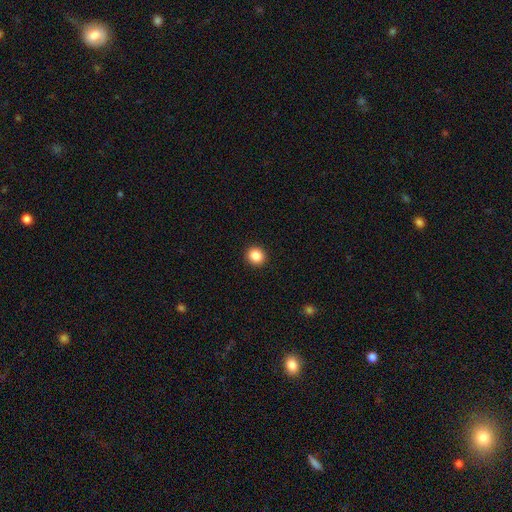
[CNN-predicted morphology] Smooth or featured: smooth — 87% (star or artifact — 9%)
How rounded: round — 89% (in between — 10%)
Merging: none — 93% (minor disturbance — 4%)